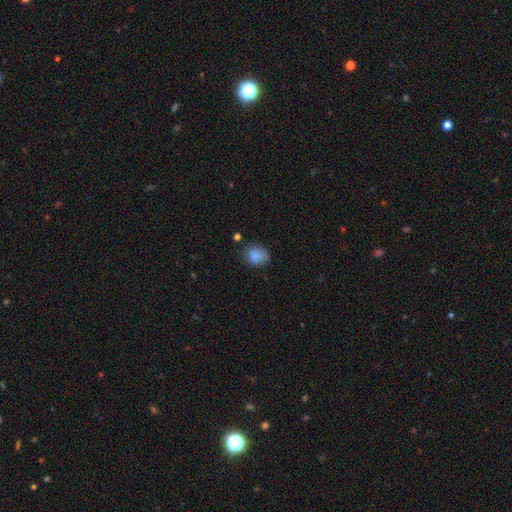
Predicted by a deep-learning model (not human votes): Smooth or featured: smooth — 85% (star or artifact — 9%)
How rounded: round — 56% (in between — 43%)
Merging: none — 68% (minor disturbance — 23%)